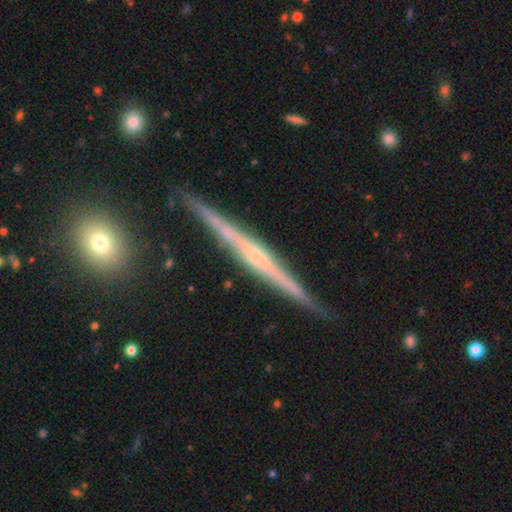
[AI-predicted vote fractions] smooth-or-featured: featured or disk: 83% | smooth: 12% | star or artifact: 6%
  disk-edge-on: yes: 98% | no: 2%
    edge-on-bulge: rounded: 51% | none: 35% | boxy: 14%
  merging: none: 87% | minor disturbance: 9% | merger: 2% | major disturbance: 2%